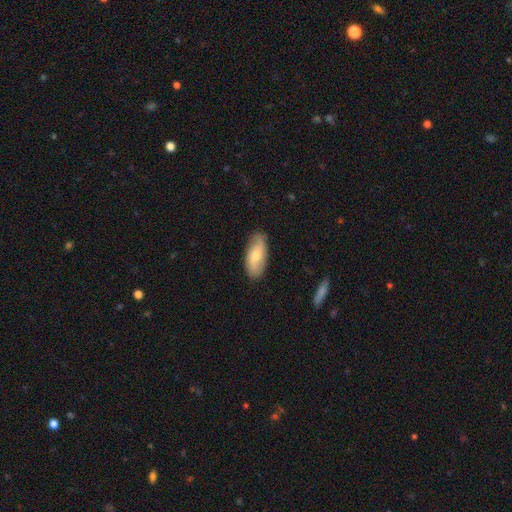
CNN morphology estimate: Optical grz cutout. It shows a smooth galaxy with no disk features (60%) that is in between round and cigar-shaped (88%). Merging: none (80%).